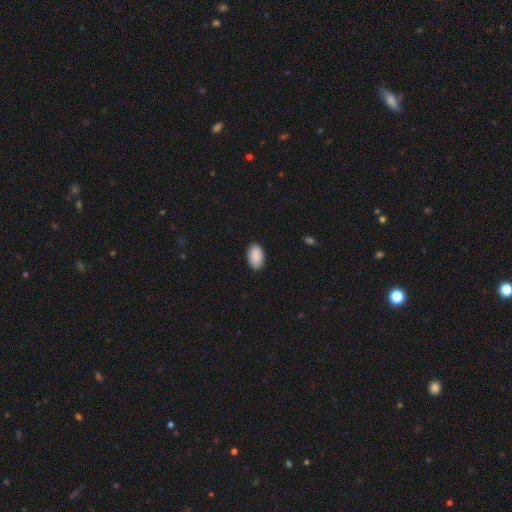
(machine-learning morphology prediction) Smooth or featured: smooth — 90% (star or artifact — 6%)
How rounded: in between — 93% (round — 6%)
Merging: none — 88% (minor disturbance — 10%)